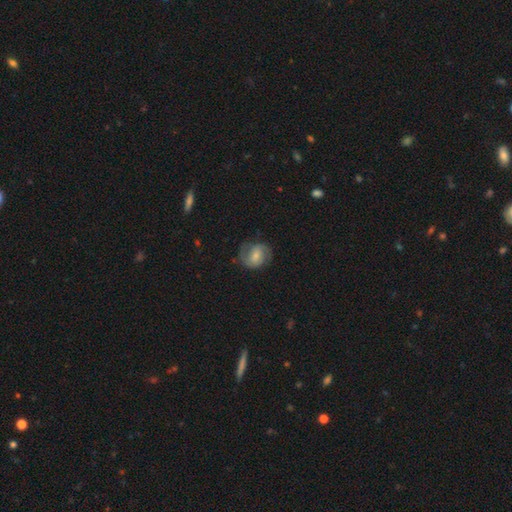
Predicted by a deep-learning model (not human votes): Smooth or featured? featured or disk (65%)
Edge-on disk? no (98%)
Bar? weak (44%)
Spiral arms? yes (90%)
Spiral winding? medium (48%)
Spiral arm count? 2 (83%)
Bulge size? small (48%)
Merging? none (69%)